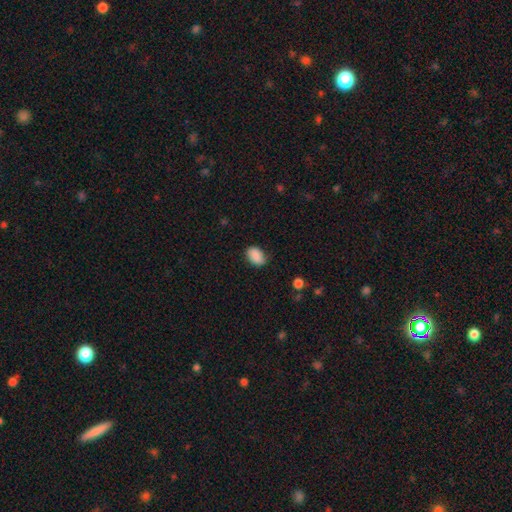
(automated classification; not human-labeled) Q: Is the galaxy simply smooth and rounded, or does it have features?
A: smooth — 87%.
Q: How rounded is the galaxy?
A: in between — 84%.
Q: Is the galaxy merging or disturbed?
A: none — 76%.